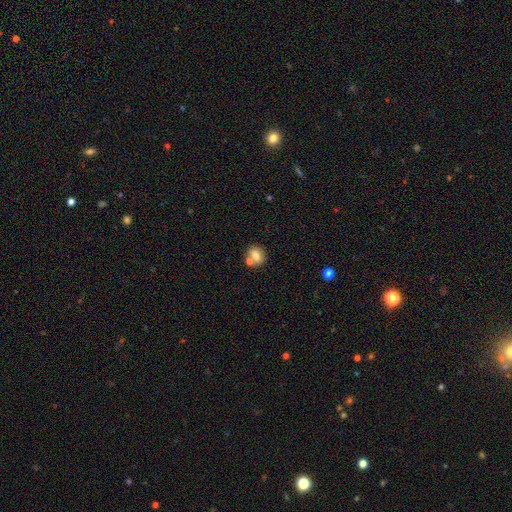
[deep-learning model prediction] This appears to be a smooth galaxy with no disk features (75%) that is round (54%). Merging: none (61%).